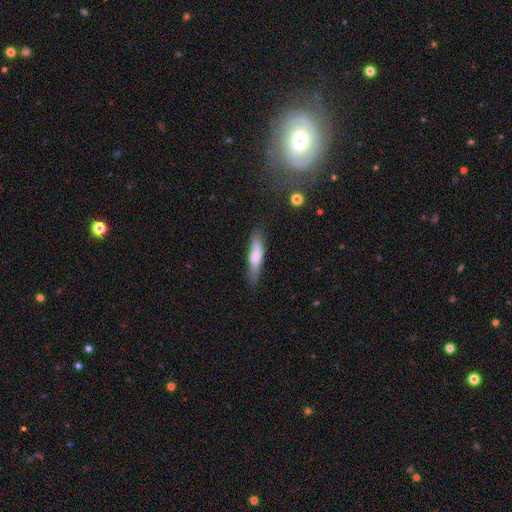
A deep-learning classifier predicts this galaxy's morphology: Q: Smooth or featured?
A: smooth (69%); runner-up: featured or disk (25%)
Q: How rounded?
A: cigar-shaped (72%); runner-up: in between (26%)
Q: Merging?
A: none (68%); runner-up: minor disturbance (23%)